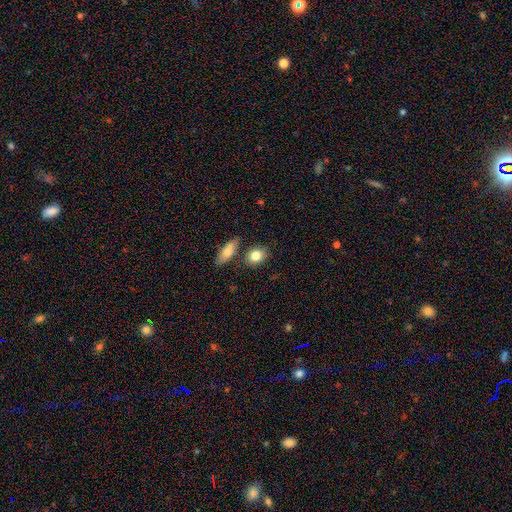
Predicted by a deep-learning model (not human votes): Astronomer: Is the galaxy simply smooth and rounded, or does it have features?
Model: smooth — 81%.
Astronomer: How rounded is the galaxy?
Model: in between — 58% (runner-up: round, 39%).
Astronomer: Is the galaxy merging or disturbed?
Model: none — 73%.